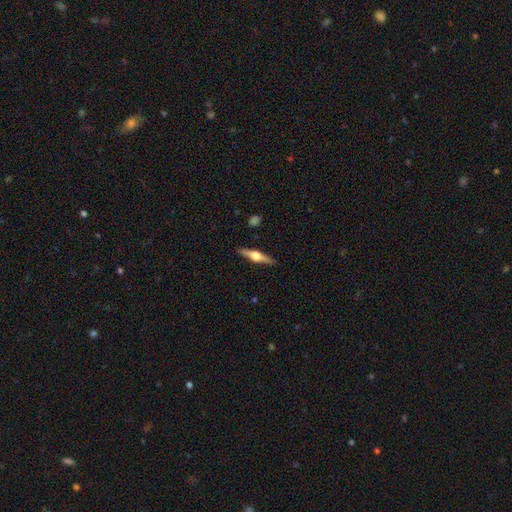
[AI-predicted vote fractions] This appears to be a featured or disk galaxy (72%) viewed edge-on (98%) with a rounded central bulge (94%). Merging: none (90%).